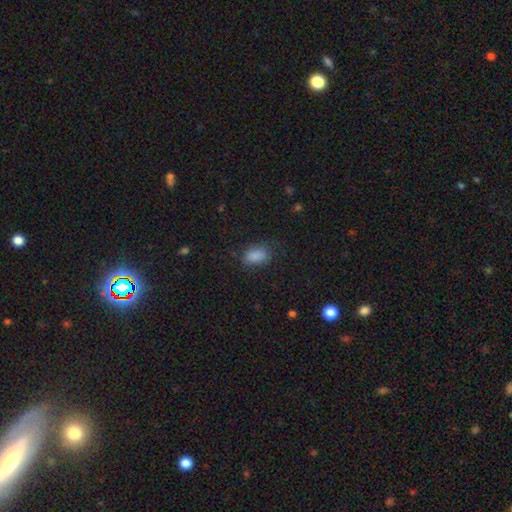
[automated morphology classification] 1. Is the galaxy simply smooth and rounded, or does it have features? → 85% smooth, 10% star or artifact, 5% featured or disk.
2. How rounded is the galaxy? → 88% in between, 10% round, 2% cigar-shaped.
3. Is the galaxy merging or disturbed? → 72% none, 20% minor disturbance, 7% major disturbance, 1% merger.